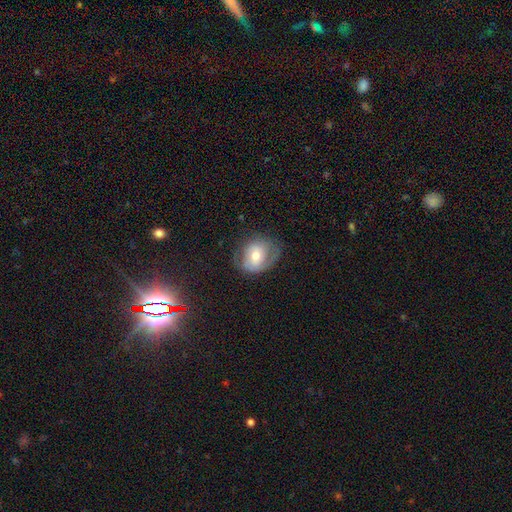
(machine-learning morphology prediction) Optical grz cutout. It shows a smooth galaxy with no disk features (46%, tied with featured or disk). Merging: none (59%).